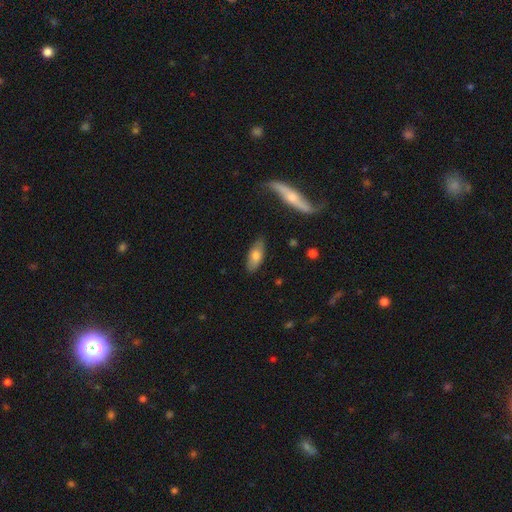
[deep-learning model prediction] Q: Smooth or featured?
A: smooth (71%); runner-up: featured or disk (23%)
Q: How rounded?
A: in between (81%); runner-up: cigar-shaped (16%)
Q: Merging?
A: none (82%); runner-up: minor disturbance (14%)